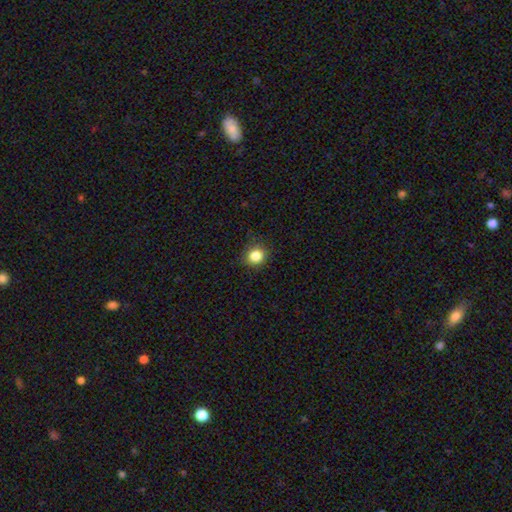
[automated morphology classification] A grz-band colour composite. It shows a smooth galaxy with no disk features (84%) that is round (85%). Merging: none (86%).